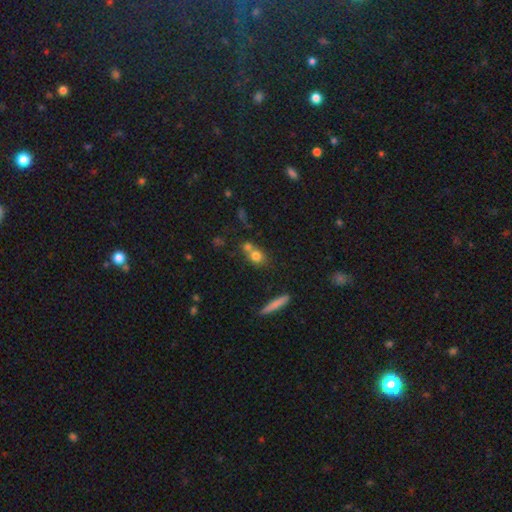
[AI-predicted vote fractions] This appears to be a smooth galaxy with no disk features (73%) that is round (61%). Merging: merger (44%).